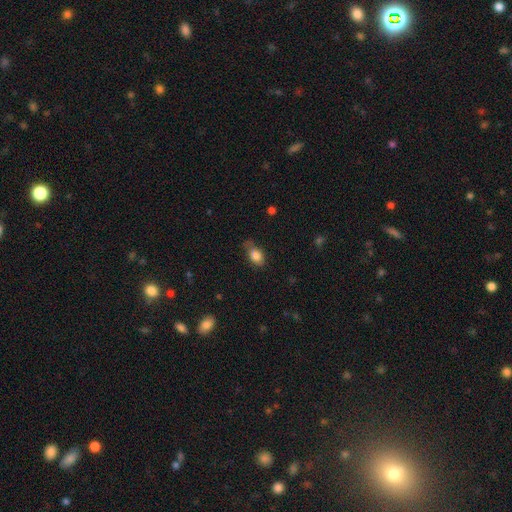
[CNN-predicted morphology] type=smooth (83%); roundness=in between (76%); merging=none (51%).